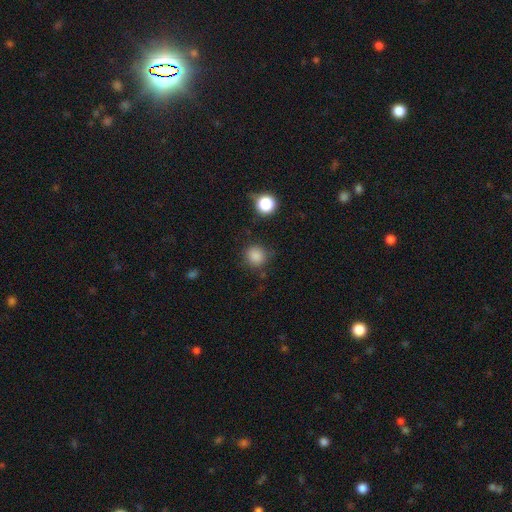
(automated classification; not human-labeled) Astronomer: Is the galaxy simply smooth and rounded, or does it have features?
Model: smooth — 84%.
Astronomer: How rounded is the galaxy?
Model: round — 89%.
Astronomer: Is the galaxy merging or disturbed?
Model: none — 82%.